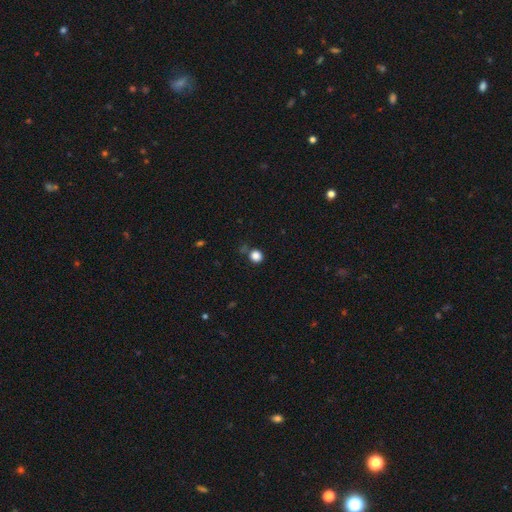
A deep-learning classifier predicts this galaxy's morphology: Q: Smooth or featured?
A: smooth (84%); runner-up: star or artifact (12%)
Q: How rounded?
A: round (84%); runner-up: in between (15%)
Q: Merging?
A: none (76%); runner-up: minor disturbance (12%)